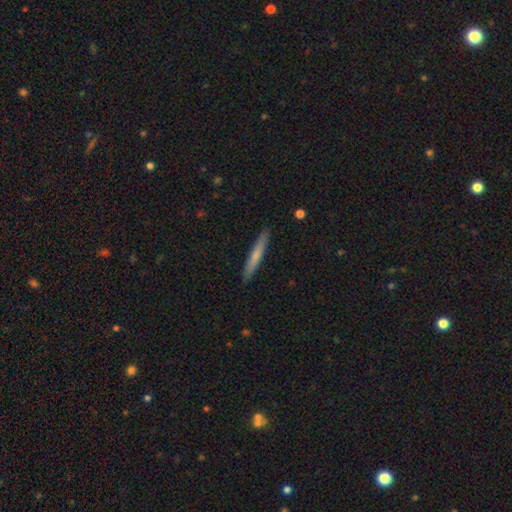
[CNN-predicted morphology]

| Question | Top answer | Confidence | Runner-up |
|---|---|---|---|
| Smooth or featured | smooth | 64% | featured or disk (31%) |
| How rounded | cigar-shaped | 96% | in between (3%) |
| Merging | none | 91% | minor disturbance (7%) |